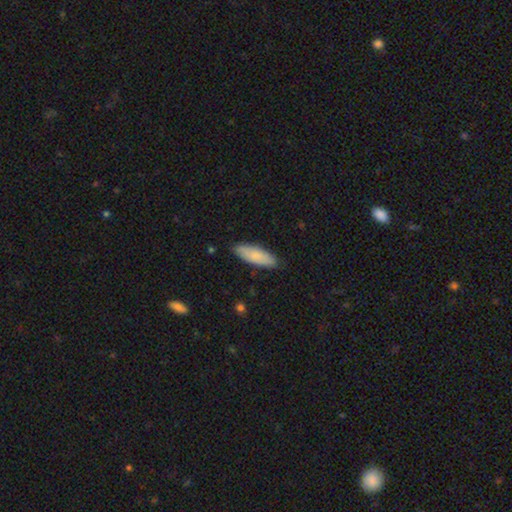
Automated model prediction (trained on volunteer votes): Morphology: type=smooth (82%); roundness=in between (58%); merging=none (85%).